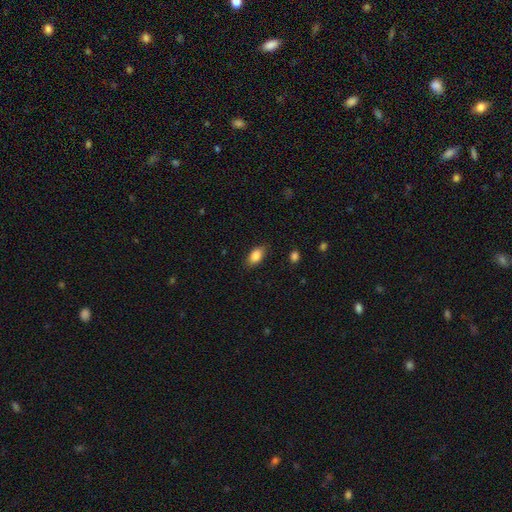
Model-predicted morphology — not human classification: Smooth or featured?
  - smooth: 86% *
  - star or artifact: 8%
  - featured or disk: 7%
How rounded?
  - in between: 90% *
  - round: 6%
  - cigar-shaped: 4%
Merging?
  - none: 84% *
  - minor disturbance: 12%
  - major disturbance: 3%
  - merger: 1%